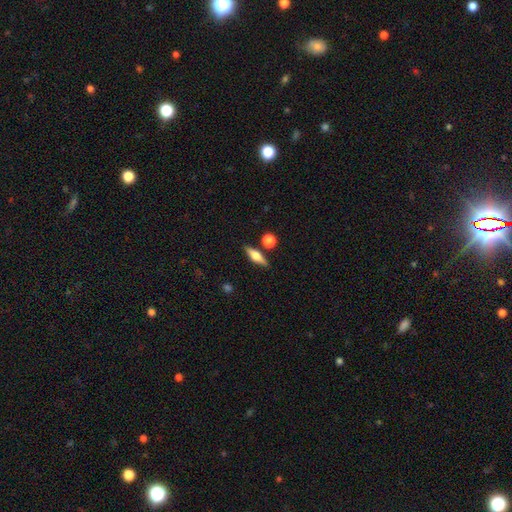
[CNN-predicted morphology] The model was most divided on "smooth or featured": featured or disk: 52%, smooth: 40%, star or artifact: 8%. More confident: edge-on disk — yes (94%); merging — none (82%).